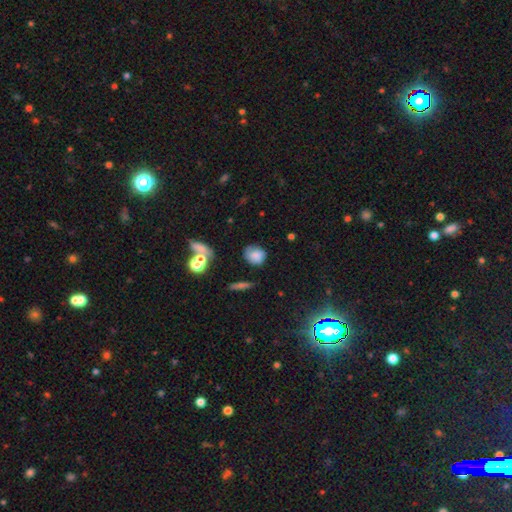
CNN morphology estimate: Q: Smooth or featured?
A: smooth (73%); runner-up: featured or disk (16%)
Q: How rounded?
A: round (63%); runner-up: in between (35%)
Q: Merging?
A: none (63%); runner-up: minor disturbance (24%)